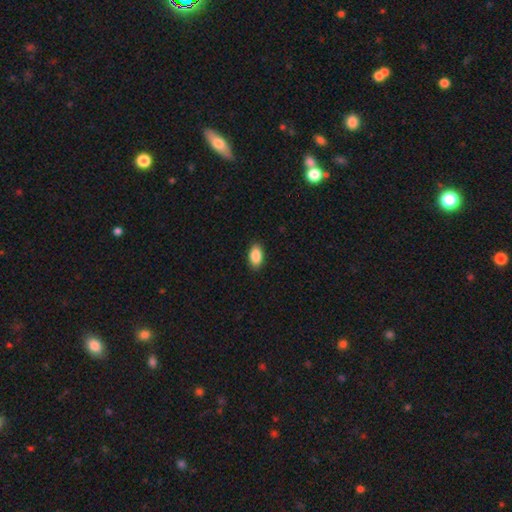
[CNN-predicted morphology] Q: Smooth or featured?
A: smooth (89%); runner-up: star or artifact (7%)
Q: How rounded?
A: in between (93%); runner-up: round (5%)
Q: Merging?
A: none (89%); runner-up: minor disturbance (8%)